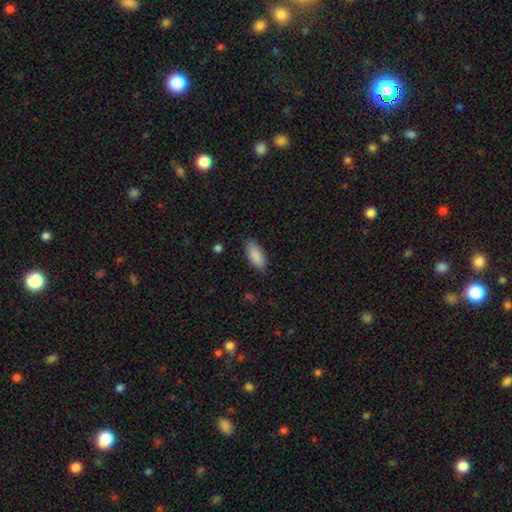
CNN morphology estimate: This is clearly a smooth galaxy (89%). How rounded: clearly in between (88%). Merging: clearly none (84%).